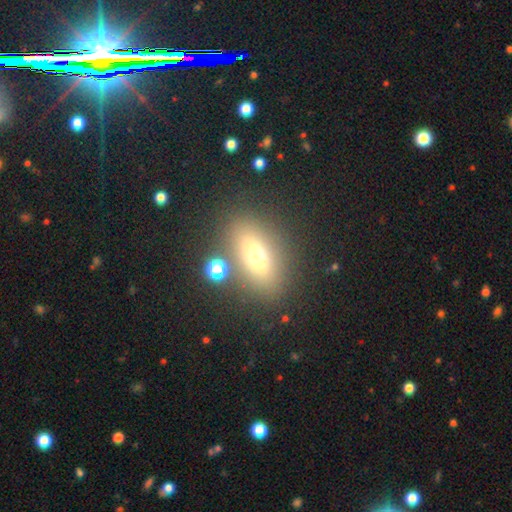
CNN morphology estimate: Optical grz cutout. It shows a smooth galaxy with no disk features (62%) that is in between round and cigar-shaped (77%). Merging: none (79%).